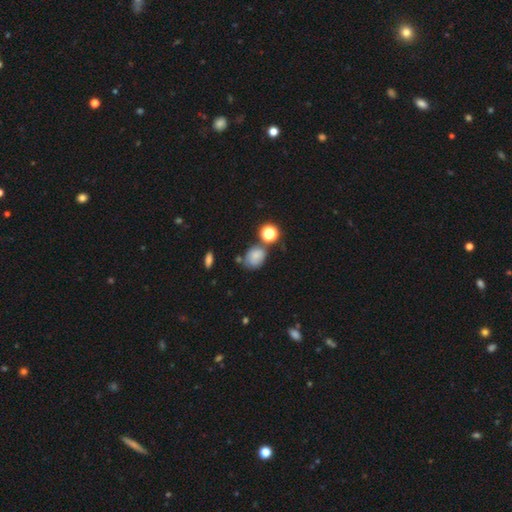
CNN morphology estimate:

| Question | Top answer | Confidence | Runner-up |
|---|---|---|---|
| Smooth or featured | smooth | 73% | star or artifact (14%) |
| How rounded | round | 50% | in between (49%) |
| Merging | none | 53% | minor disturbance (23%) |